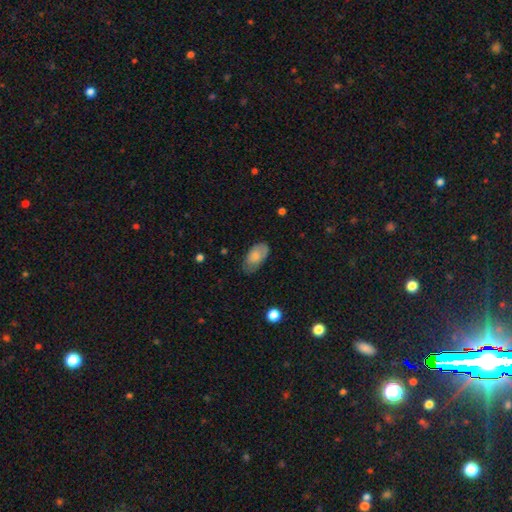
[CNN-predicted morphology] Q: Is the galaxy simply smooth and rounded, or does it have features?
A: smooth — 76%.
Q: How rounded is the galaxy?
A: in between — 94%.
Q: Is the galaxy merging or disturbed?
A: none — 64%.